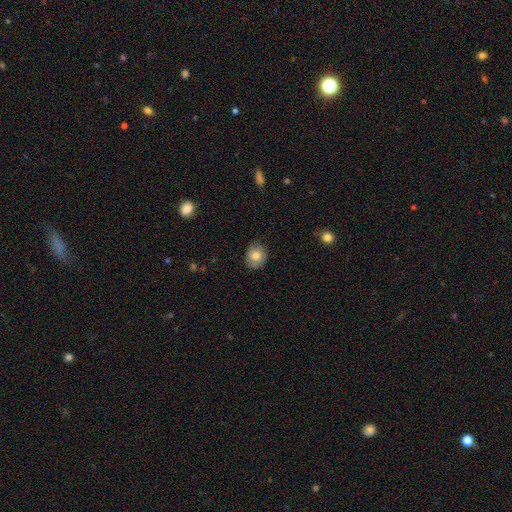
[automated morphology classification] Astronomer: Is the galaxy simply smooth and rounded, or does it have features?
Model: smooth — 76%.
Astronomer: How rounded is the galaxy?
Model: round — 66%.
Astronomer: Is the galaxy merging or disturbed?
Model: none — 79%.